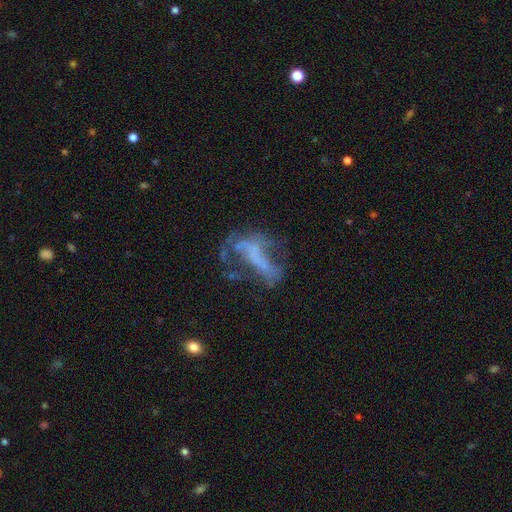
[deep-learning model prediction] A featured or disk galaxy (64%) with no bar (56%), no spiral arms (62%) and no central bulge (71%).

Vote fractions:
- Smooth or featured? featured or disk: 64% / smooth: 20% / star or artifact: 16%
- Edge-on disk? no: 93% / yes: 7%
- Bar? no: 56% / strong: 23% / weak: 21%
- Spiral arms? no: 62% / yes: 38%
- Bulge size? none: 71% / small: 14% / moderate: 9% / large: 4% / dominant: 2%
- Merging? major disturbance: 43% / none: 32% / minor disturbance: 17% / merger: 8%